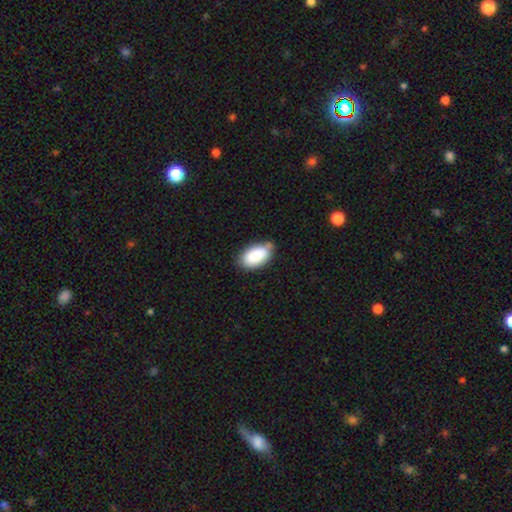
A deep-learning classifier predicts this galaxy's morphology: smooth-or-featured: smooth: 87% | star or artifact: 7% | featured or disk: 7%
  how-rounded: in between: 95% | round: 4% | cigar-shaped: 2%
  merging: none: 68% | minor disturbance: 25% | major disturbance: 4% | merger: 3%